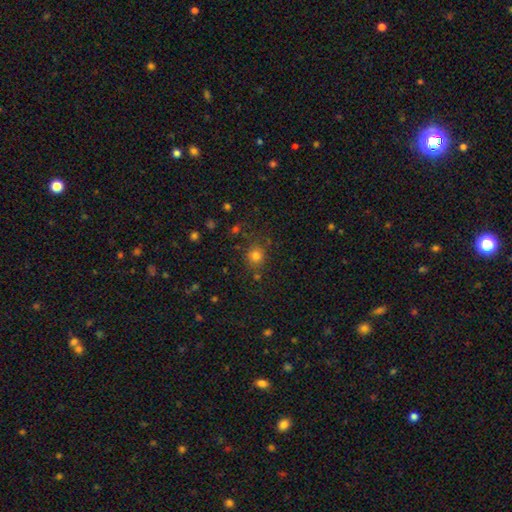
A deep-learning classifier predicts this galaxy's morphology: smooth_or_featured: smooth (p=0.77) [alt: star or artifact p=0.16]
how_rounded: round (p=0.85) [alt: in between p=0.14]
merging: none (p=0.79) [alt: minor disturbance p=0.12]